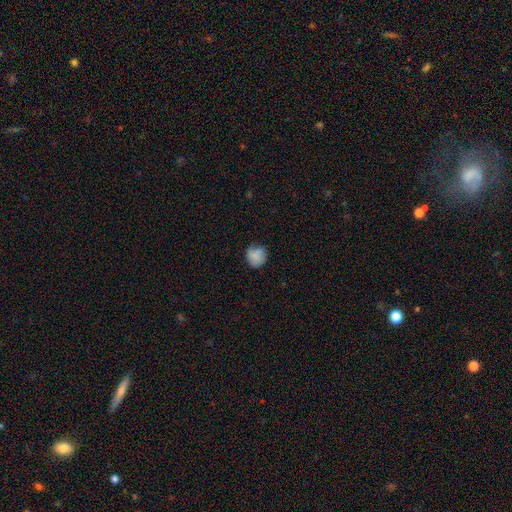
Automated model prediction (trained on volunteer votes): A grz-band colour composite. It shows a smooth galaxy with no disk features (80%) that is round (82%). Merging: none (66%).